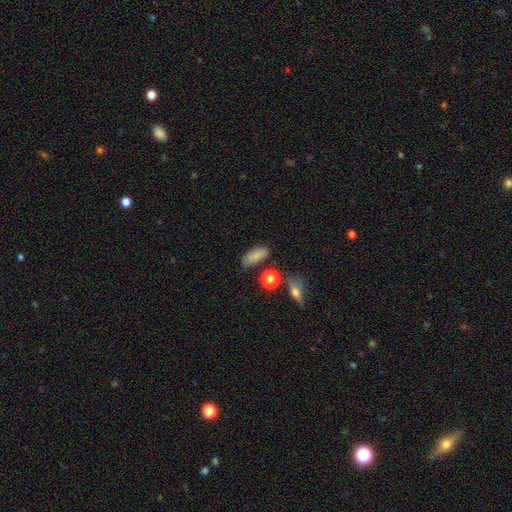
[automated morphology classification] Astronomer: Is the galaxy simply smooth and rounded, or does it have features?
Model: smooth — 83%.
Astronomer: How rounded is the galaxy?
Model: in between — 81%.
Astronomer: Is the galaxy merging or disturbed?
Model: none — 73%.